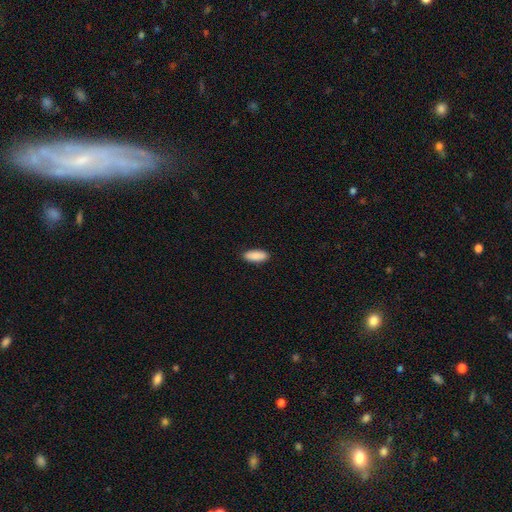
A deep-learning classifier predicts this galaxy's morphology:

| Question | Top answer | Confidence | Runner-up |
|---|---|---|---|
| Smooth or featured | smooth | 91% | star or artifact (6%) |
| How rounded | in between | 79% | cigar-shaped (19%) |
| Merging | none | 90% | minor disturbance (8%) |